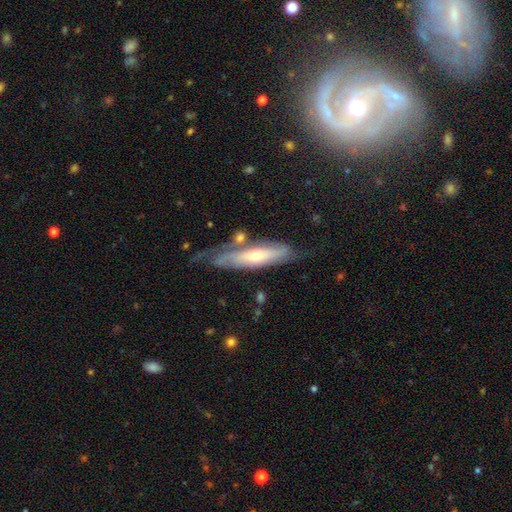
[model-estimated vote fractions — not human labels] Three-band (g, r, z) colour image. It shows a featured or disk galaxy (65%). Merging: none (55%).